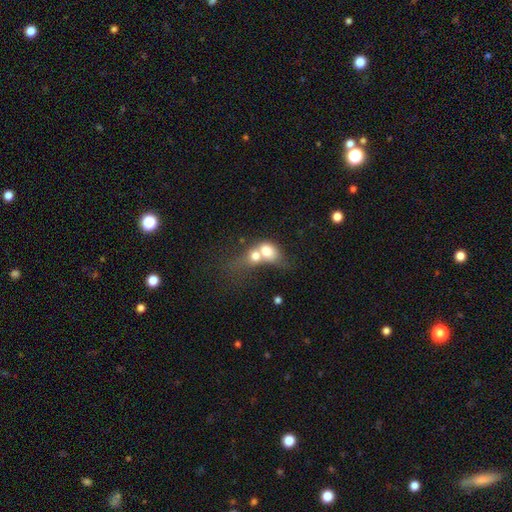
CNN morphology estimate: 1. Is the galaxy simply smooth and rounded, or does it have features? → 68% smooth, 23% featured or disk, 9% star or artifact.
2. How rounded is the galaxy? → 51% in between, 47% round, 2% cigar-shaped.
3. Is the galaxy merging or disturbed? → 78% merger, 12% none, 5% major disturbance, 5% minor disturbance.